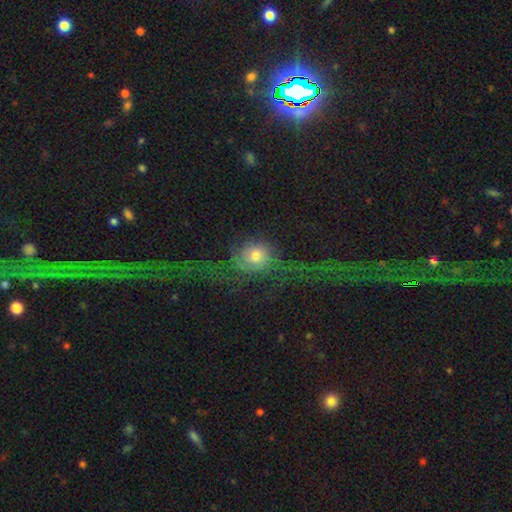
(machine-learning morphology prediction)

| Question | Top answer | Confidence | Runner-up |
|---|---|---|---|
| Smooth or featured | featured or disk | 49% | smooth (38%) |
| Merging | major disturbance | 42% | none (40%) |